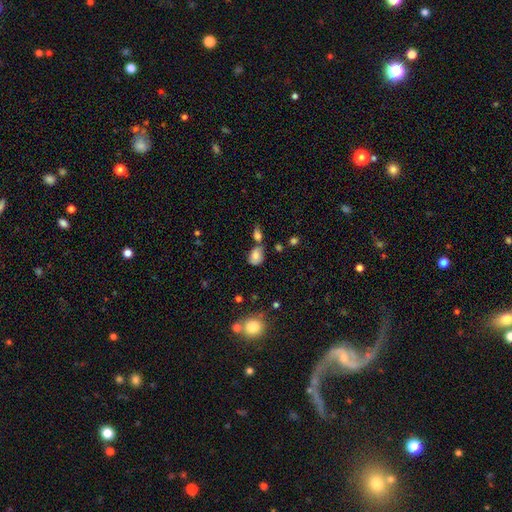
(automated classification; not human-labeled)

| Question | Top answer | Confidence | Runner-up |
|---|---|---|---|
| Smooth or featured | smooth | 74% | featured or disk (14%) |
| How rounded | in between | 68% | round (30%) |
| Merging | none | 46% | merger (25%) |